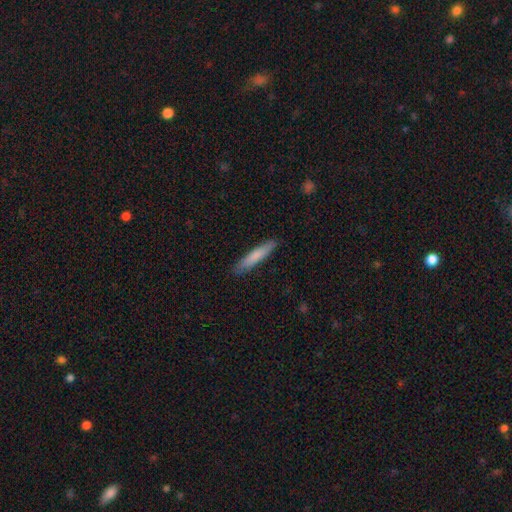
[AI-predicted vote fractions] Morphology: type=smooth (78%); roundness=cigar-shaped (91%); merging=none (88%).